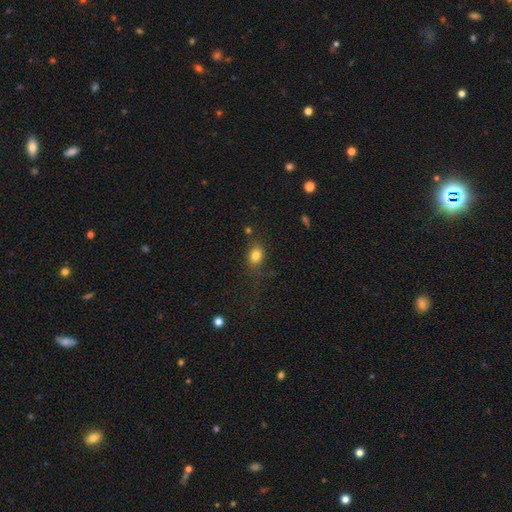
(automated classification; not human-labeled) Smooth or featured: smooth — 81% (star or artifact — 11%)
How rounded: in between — 55% (round — 44%)
Merging: none — 71% (minor disturbance — 18%)